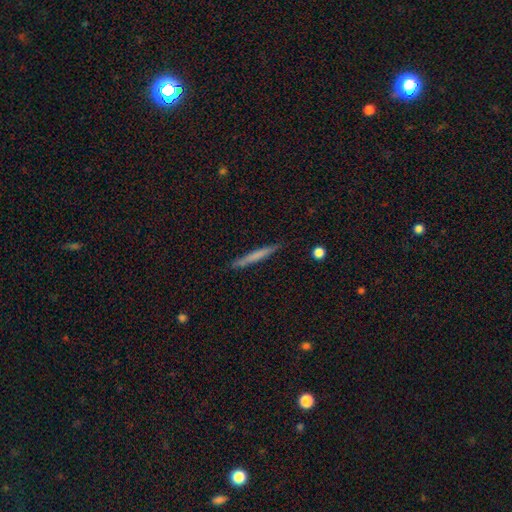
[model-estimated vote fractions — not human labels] smooth-or-featured: smooth: 63% | featured or disk: 31% | star or artifact: 6%
  how-rounded: cigar-shaped: 96% | in between: 2% | round: 1%
  merging: none: 88% | minor disturbance: 9% | major disturbance: 2% | merger: 1%